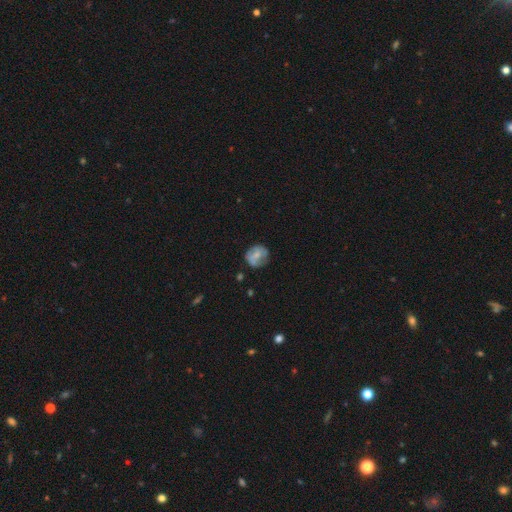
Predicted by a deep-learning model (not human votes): A smooth galaxy with no disk features (58%) that is round (80%). Merging: none (64%).